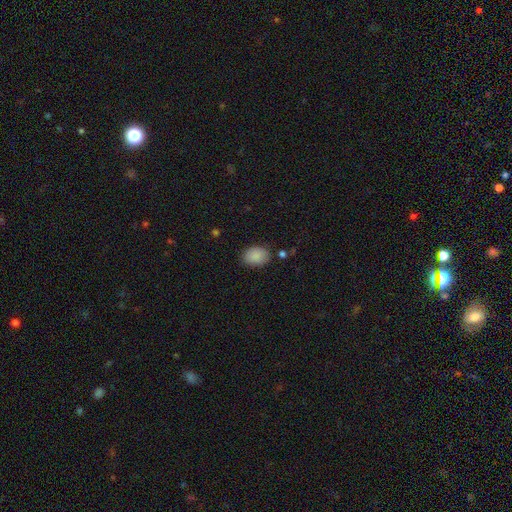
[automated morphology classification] A smooth galaxy with no disk features (88%) that is in between round and cigar-shaped (78%). Merging: none (80%).